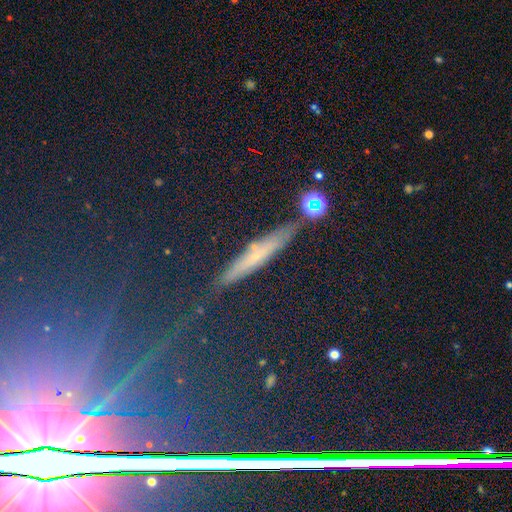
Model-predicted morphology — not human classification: Smooth or featured: smooth — 43% (featured or disk — 30%)
Merging: none — 83% (minor disturbance — 11%)